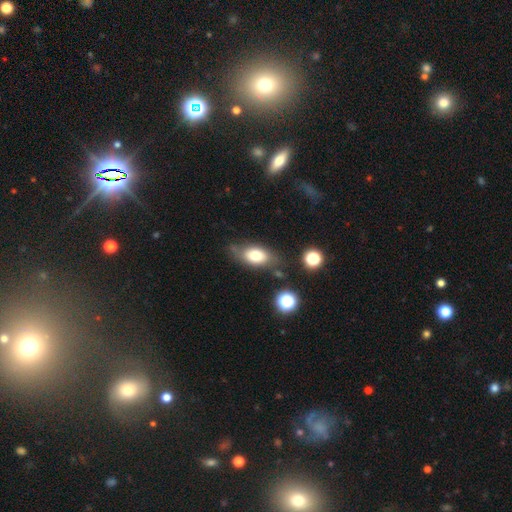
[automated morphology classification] Q: Smooth or featured?
A: smooth (74%); runner-up: featured or disk (17%)
Q: How rounded?
A: in between (86%); runner-up: round (9%)
Q: Merging?
A: none (67%); runner-up: minor disturbance (20%)